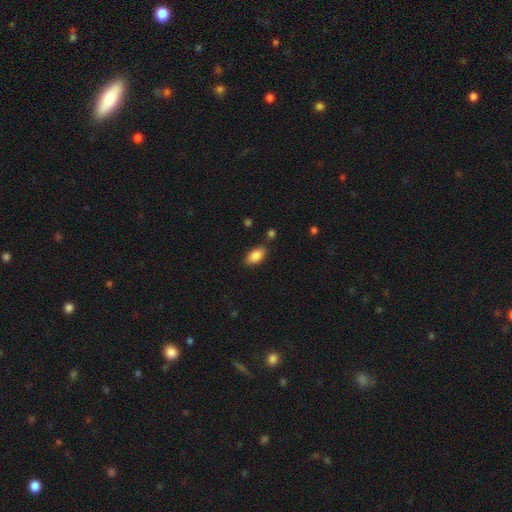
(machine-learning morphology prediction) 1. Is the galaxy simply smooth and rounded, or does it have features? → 86% smooth, 7% star or artifact, 6% featured or disk.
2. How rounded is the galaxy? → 92% in between, 5% round, 3% cigar-shaped.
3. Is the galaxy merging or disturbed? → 80% none, 13% minor disturbance, 4% merger, 3% major disturbance.